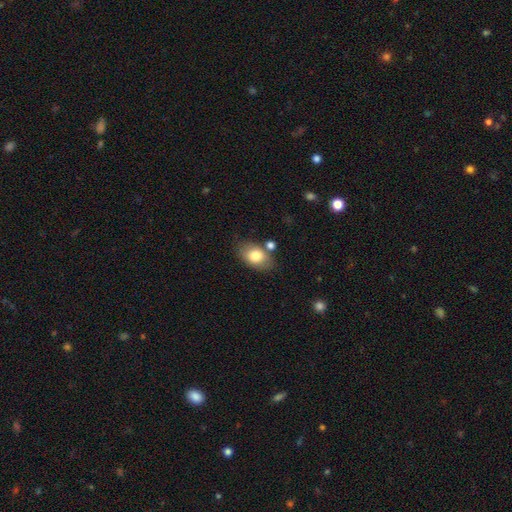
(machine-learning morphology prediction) A smooth galaxy with no disk features (78%) that is in between round and cigar-shaped (85%).

Vote fractions:
- Smooth or featured? smooth: 78% / featured or disk: 14% / star or artifact: 8%
- How rounded? in between: 85% / round: 14% / cigar-shaped: 1%
- Merging? none: 71% / minor disturbance: 15% / merger: 10% / major disturbance: 4%